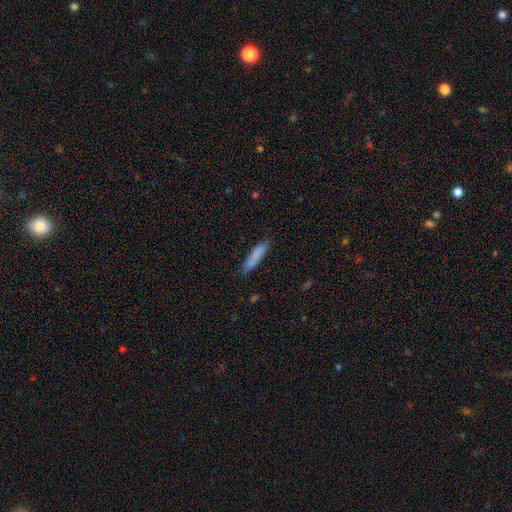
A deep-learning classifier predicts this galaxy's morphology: Smooth or featured?
  - smooth: 82% *
  - featured or disk: 11%
  - star or artifact: 6%
How rounded?
  - cigar-shaped: 82% *
  - in between: 17%
  - round: 1%
Merging?
  - none: 81% *
  - minor disturbance: 15%
  - major disturbance: 3%
  - merger: 1%